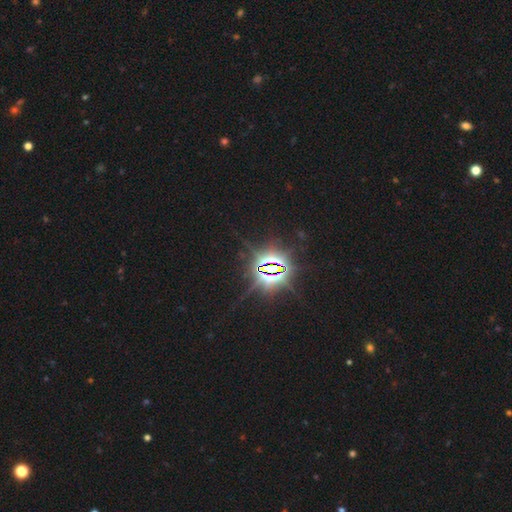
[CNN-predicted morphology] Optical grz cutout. It shows a star or artifact, not a galaxy (86%).